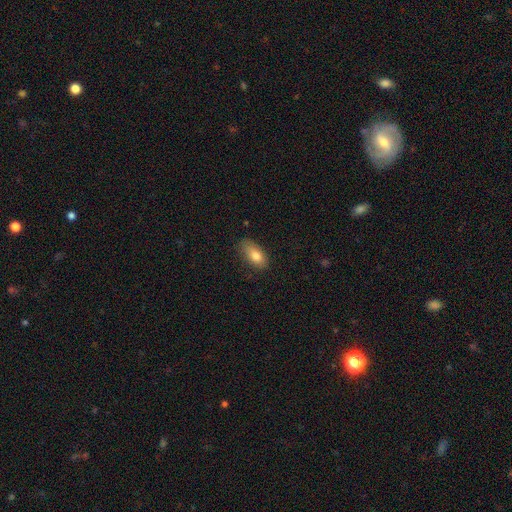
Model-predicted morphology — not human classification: A smooth galaxy with no disk features (81%) that is in between round and cigar-shaped (89%). Merging: none (68%).